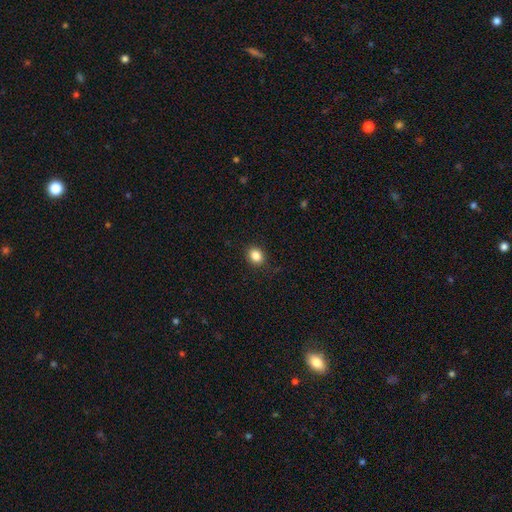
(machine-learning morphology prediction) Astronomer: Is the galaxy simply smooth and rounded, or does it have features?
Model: smooth — 84%.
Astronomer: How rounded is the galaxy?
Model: round — 57% (runner-up: in between, 42%).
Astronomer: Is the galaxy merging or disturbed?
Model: none — 88%.